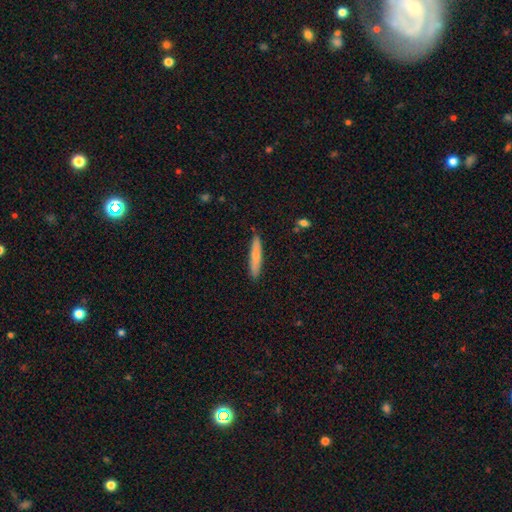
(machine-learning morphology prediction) smooth 70%, featured or disk 24%, star or artifact 6%. Down the decision tree: how rounded — cigar-shaped (92%); merging — none (87%).